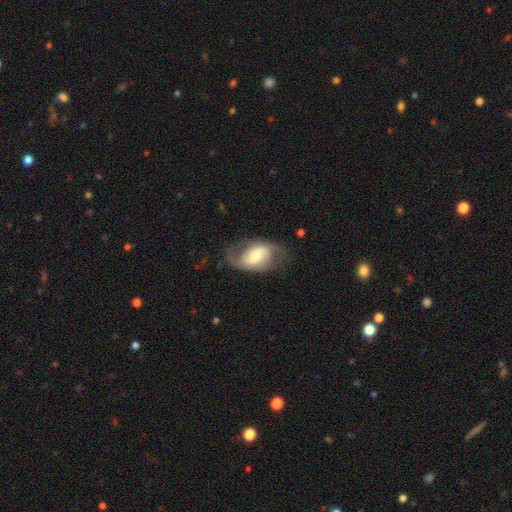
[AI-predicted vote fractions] A featured or disk galaxy (65%) with a weak bar (46%), 2 (80%) medium (42%) spiral arms (82%) and a moderate central bulge (50%).

Vote fractions:
- Smooth or featured? featured or disk: 65% / smooth: 29% / star or artifact: 6%
- Edge-on disk? no: 95% / yes: 5%
- Bar? weak: 46% / strong: 33% / no: 21%
- Spiral arms? yes: 82% / no: 18%
- Spiral winding? medium: 42% / loose: 40% / tight: 18%
- Spiral arm count? 2: 80% / can't tell: 11% / 1: 5% / 3: 2% / 4: 1% / more than 4: 1%
- Bulge size? moderate: 50% / small: 34% / large: 12% / none: 3% / dominant: 2%
- Merging? none: 60% / minor disturbance: 22% / major disturbance: 16% / merger: 1%